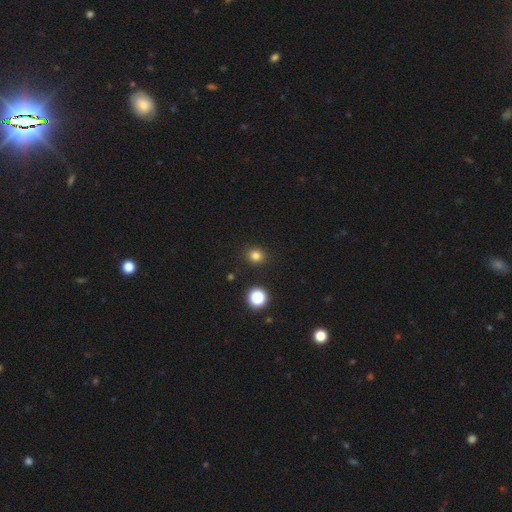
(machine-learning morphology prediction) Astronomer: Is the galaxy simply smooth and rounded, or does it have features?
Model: smooth — 80%.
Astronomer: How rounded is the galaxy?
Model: round — 85%.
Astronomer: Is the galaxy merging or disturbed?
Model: none — 91%.